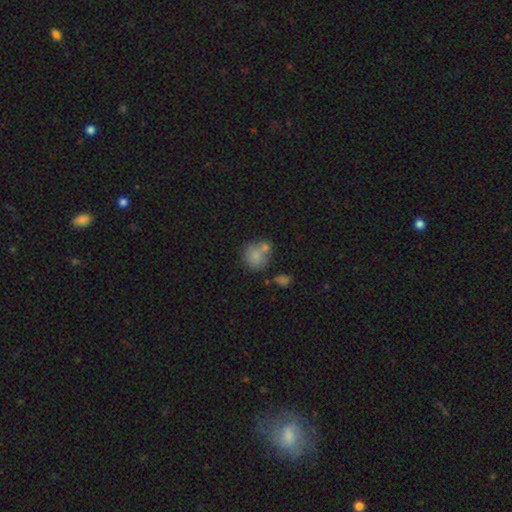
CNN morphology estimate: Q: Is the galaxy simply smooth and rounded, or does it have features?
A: smooth — 78%.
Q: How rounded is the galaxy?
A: round — 82%.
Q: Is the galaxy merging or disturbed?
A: none — 47%.